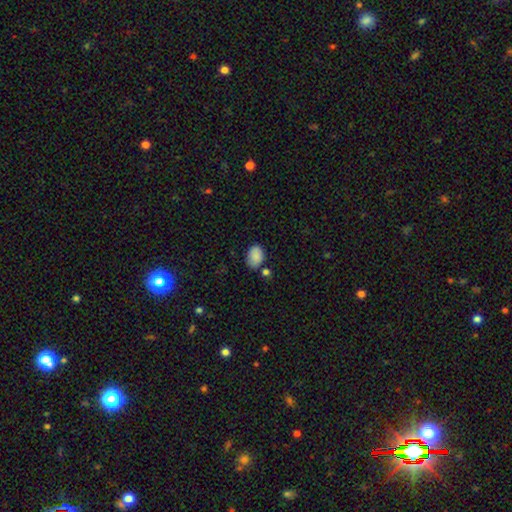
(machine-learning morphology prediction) type=smooth (88%); roundness=in between (82%); merging=none (72%).